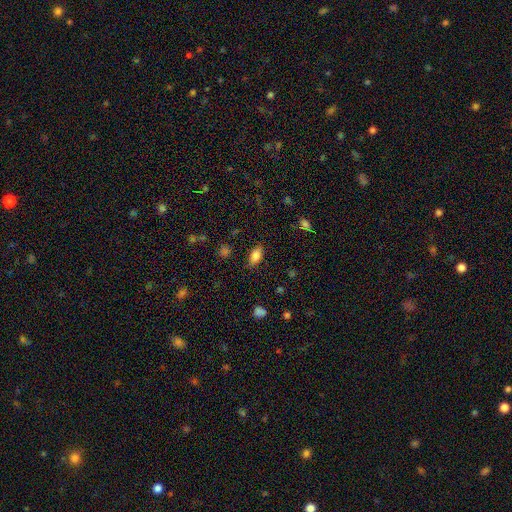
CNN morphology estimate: Q: Smooth or featured?
A: smooth (85%); runner-up: star or artifact (9%)
Q: How rounded?
A: in between (90%); runner-up: round (5%)
Q: Merging?
A: none (82%); runner-up: minor disturbance (13%)